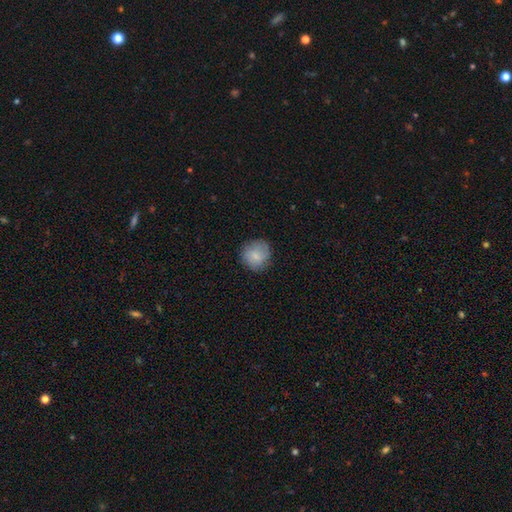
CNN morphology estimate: Smooth or featured? smooth (76%)
How rounded? round (89%)
Merging? none (79%)